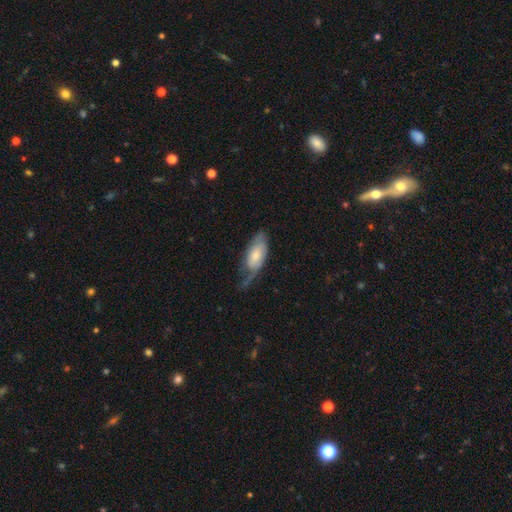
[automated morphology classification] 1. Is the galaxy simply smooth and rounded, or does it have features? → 60% smooth, 34% featured or disk, 5% star or artifact.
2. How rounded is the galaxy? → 88% in between, 10% cigar-shaped, 2% round.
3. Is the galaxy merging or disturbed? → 35% minor disturbance, 31% major disturbance, 31% none, 3% merger.